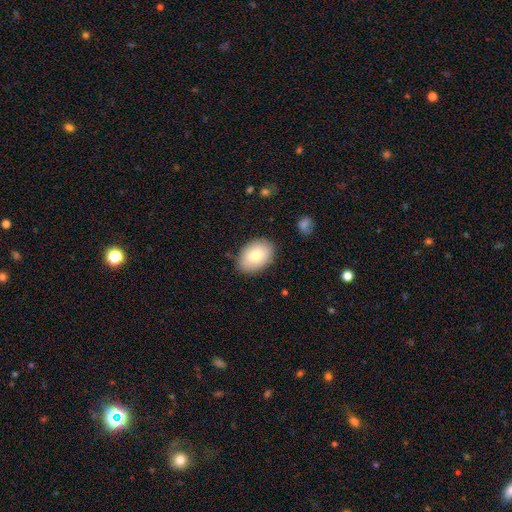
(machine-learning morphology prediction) A smooth galaxy with no disk features (75%) that is in between round and cigar-shaped (84%). Merging: none (83%).